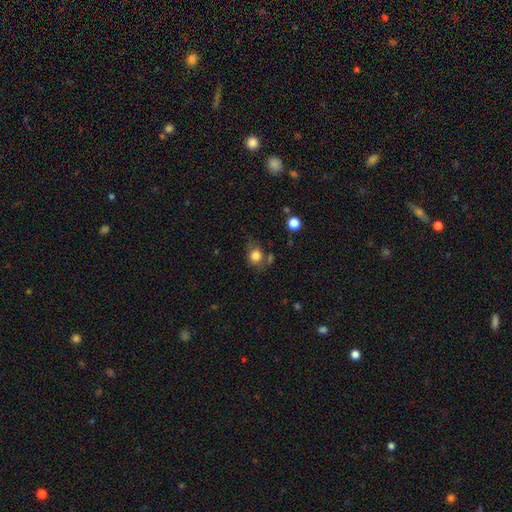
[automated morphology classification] smooth 80%, star or artifact 10%, featured or disk 10%. Down the decision tree: how rounded — round (61%); merging — none (59%).